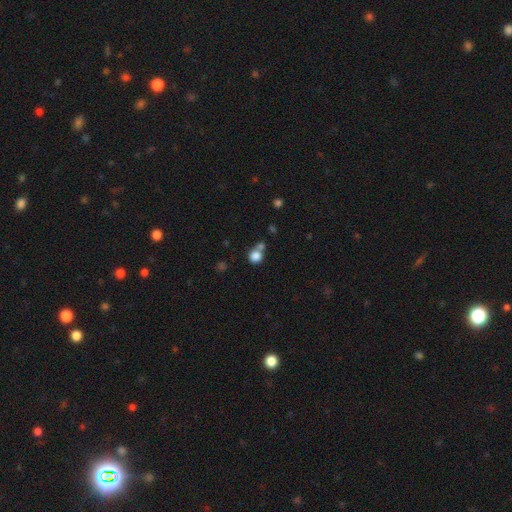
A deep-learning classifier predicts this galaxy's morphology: Q: Smooth or featured?
A: smooth (82%); runner-up: star or artifact (11%)
Q: How rounded?
A: round (85%); runner-up: in between (14%)
Q: Merging?
A: none (48%); runner-up: merger (38%)